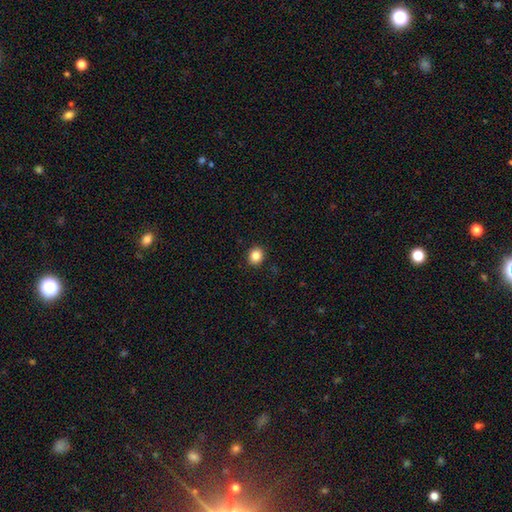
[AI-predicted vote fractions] Smooth or featured?
  - smooth: 85% *
  - star or artifact: 10%
  - featured or disk: 4%
How rounded?
  - round: 73% *
  - in between: 26%
  - cigar-shaped: 1%
Merging?
  - none: 92% *
  - minor disturbance: 6%
  - major disturbance: 2%
  - merger: 1%